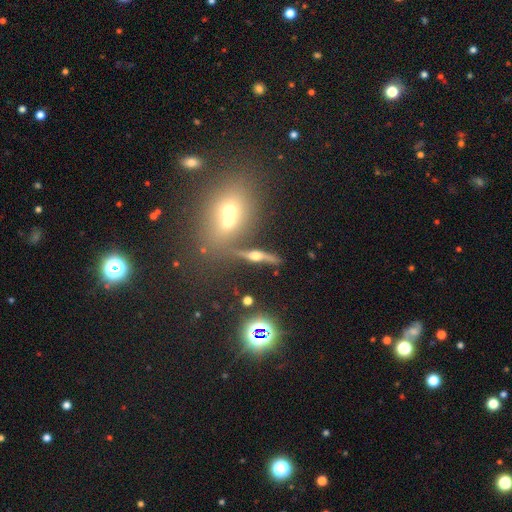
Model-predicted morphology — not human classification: smooth_or_featured: featured or disk (p=0.75) [alt: smooth p=0.15]
disk_edge_on: yes (p=0.83) [alt: no p=0.17]
edge_on_bulge: rounded (p=0.95) [alt: boxy p=0.03]
merging: none (p=0.68) [alt: minor disturbance p=0.14]